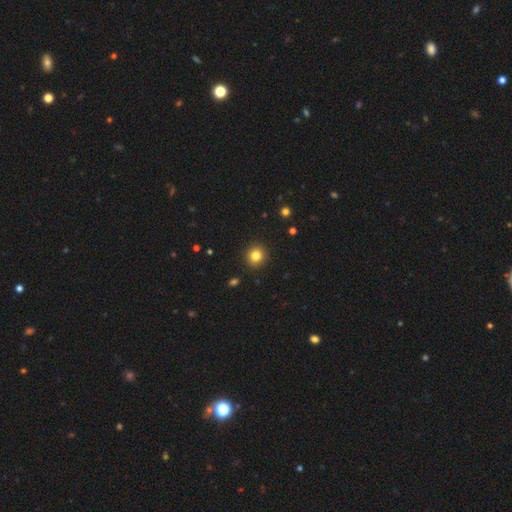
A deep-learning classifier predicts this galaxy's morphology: Smooth or featured: smooth — 82% (star or artifact — 12%)
How rounded: round — 89% (in between — 10%)
Merging: none — 92% (minor disturbance — 5%)